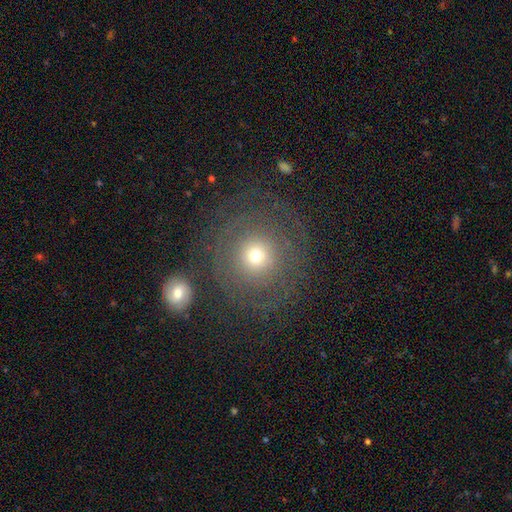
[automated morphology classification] A smooth galaxy with no disk features (50%). Merging: none (75%).